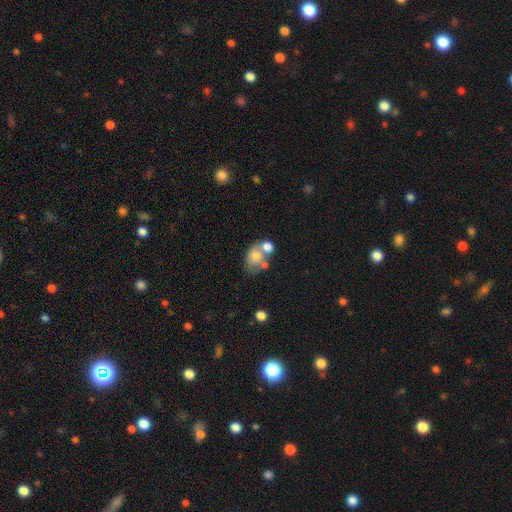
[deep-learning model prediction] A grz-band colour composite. It shows a smooth galaxy with no disk features (70%) that is in between round and cigar-shaped (67%). Merging: merger (47%).